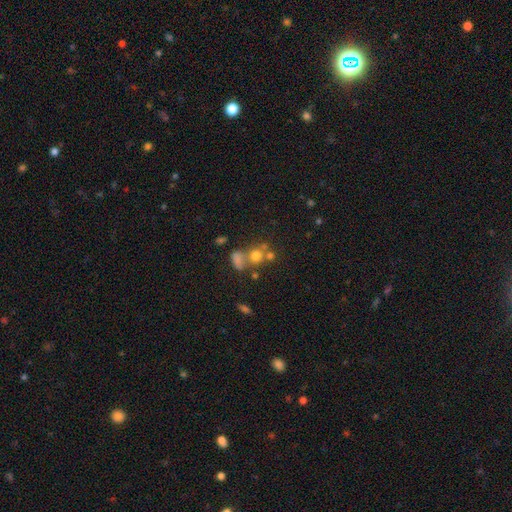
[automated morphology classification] This is likely a smooth galaxy (63%). How rounded: likely round (77%). Merging: marginally none (42%).